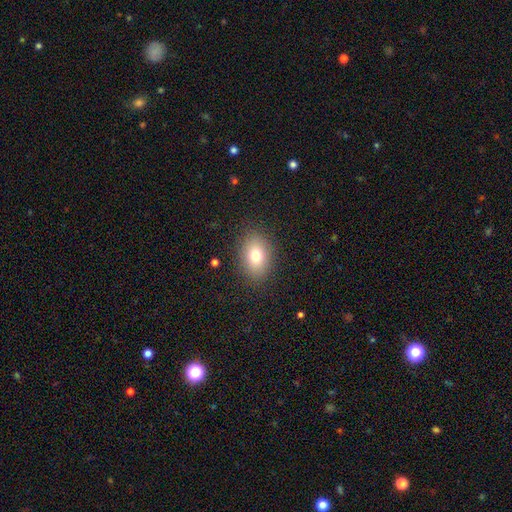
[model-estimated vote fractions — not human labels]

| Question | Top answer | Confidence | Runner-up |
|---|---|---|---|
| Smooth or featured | smooth | 76% | featured or disk (13%) |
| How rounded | in between | 72% | round (26%) |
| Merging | none | 87% | minor disturbance (9%) |